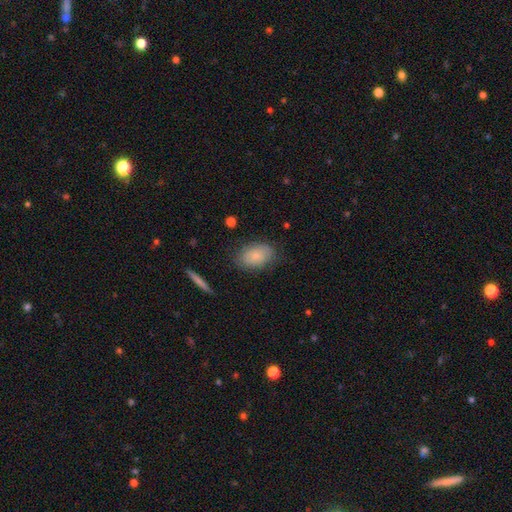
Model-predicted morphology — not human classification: Smooth or featured? smooth (76%)
How rounded? in between (89%)
Merging? none (76%)